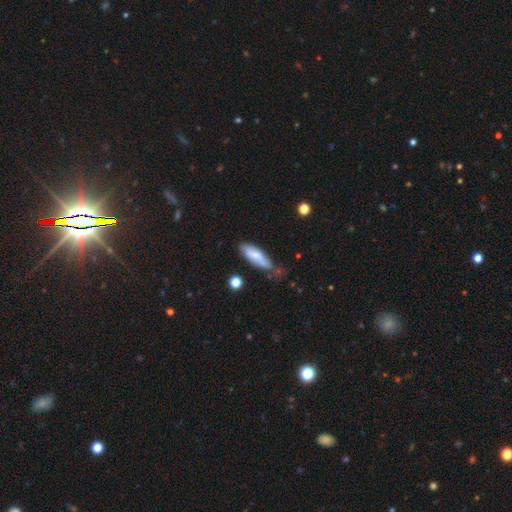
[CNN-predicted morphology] Smooth or featured?
  - smooth: 69% *
  - featured or disk: 24%
  - star or artifact: 7%
How rounded?
  - in between: 54% *
  - cigar-shaped: 44%
  - round: 2%
Merging?
  - none: 45% *
  - minor disturbance: 35%
  - major disturbance: 13%
  - merger: 7%